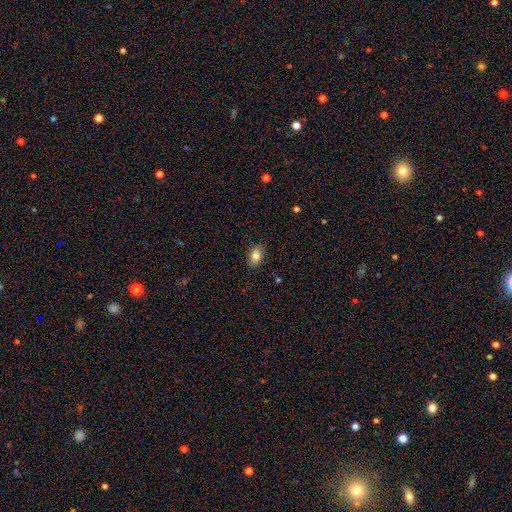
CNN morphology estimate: This is clearly a smooth galaxy (83%). How rounded: clearly in between (87%). Merging: clearly none (86%).